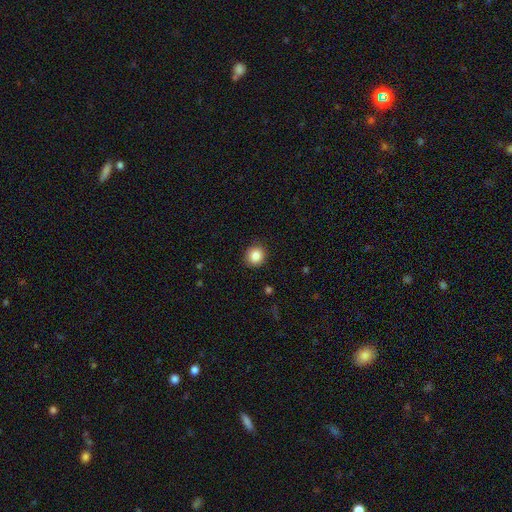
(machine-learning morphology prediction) smooth-or-featured: smooth: 86% | star or artifact: 10% | featured or disk: 5%
  how-rounded: round: 88% | in between: 11% | cigar-shaped: 1%
  merging: none: 90% | minor disturbance: 7% | major disturbance: 2% | merger: 1%